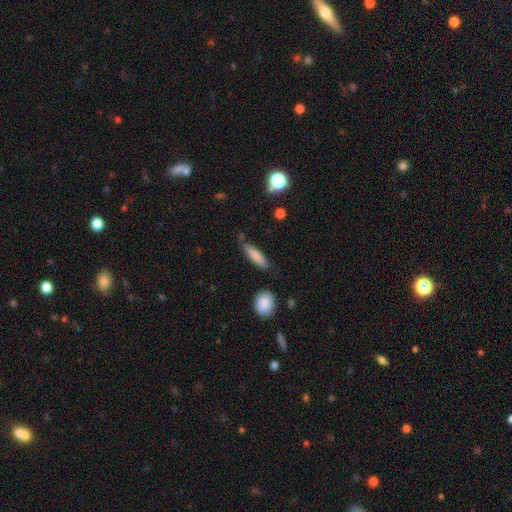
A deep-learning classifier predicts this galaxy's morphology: smooth_or_featured: smooth (p=0.81) [alt: featured or disk p=0.12]
how_rounded: cigar-shaped (p=0.66) [alt: in between p=0.32]
merging: none (p=0.76) [alt: minor disturbance p=0.17]